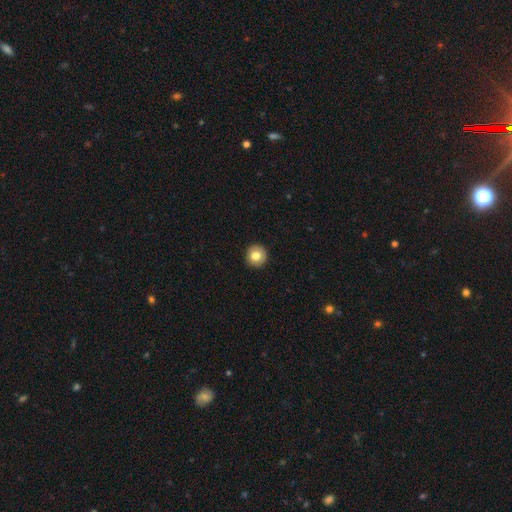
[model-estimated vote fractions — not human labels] smooth-or-featured: smooth: 81% | featured or disk: 10% | star or artifact: 9%
  how-rounded: round: 95% | in between: 4% | cigar-shaped: 1%
  merging: none: 92% | minor disturbance: 5% | major disturbance: 1% | merger: 1%